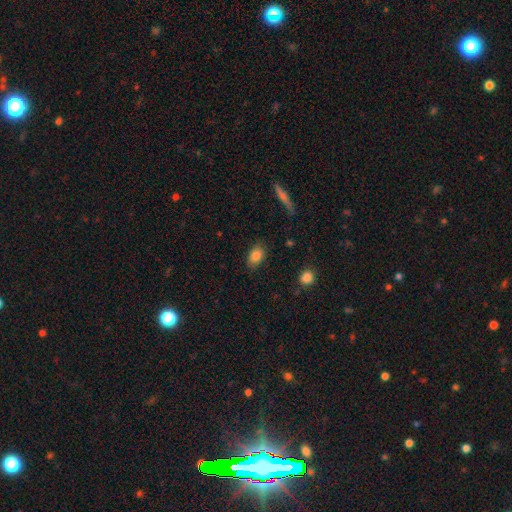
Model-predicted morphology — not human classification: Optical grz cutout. It shows a smooth galaxy with no disk features (85%) that is in between round and cigar-shaped (85%). Merging: none (83%).